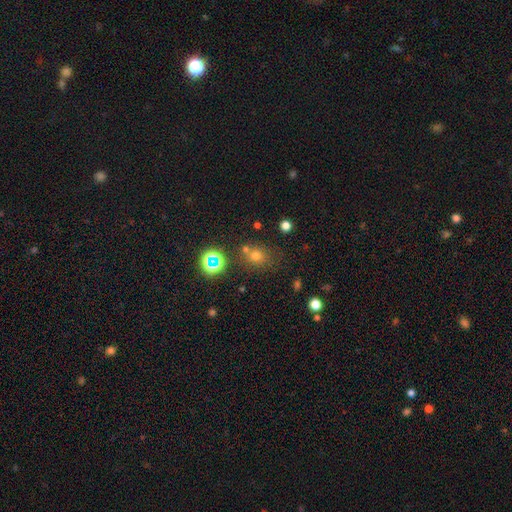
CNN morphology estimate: Smooth or featured?
  - smooth: 63% *
  - star or artifact: 27%
  - featured or disk: 10%
How rounded?
  - round: 71% *
  - in between: 28%
  - cigar-shaped: 1%
Merging?
  - none: 67% *
  - merger: 15%
  - minor disturbance: 13%
  - major disturbance: 5%